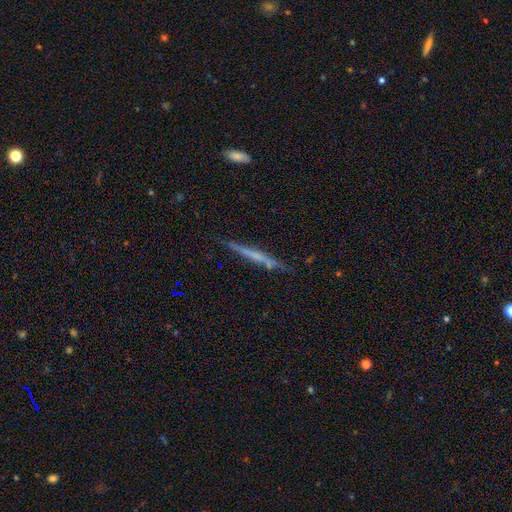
Smooth or featured: featured or disk — 74% (smooth — 24%)
Edge-on disk: yes — 96% (no — 4%)
Edge-on bulge: none — 74% (rounded — 19%)
Merging: none — 86% (minor disturbance — 11%)